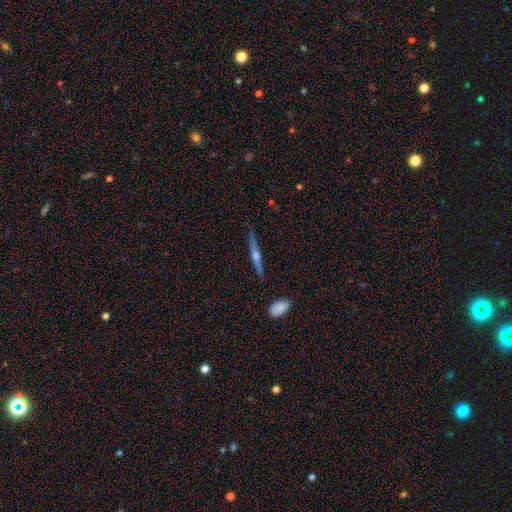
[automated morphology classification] type=featured or disk (75%); edge-on=yes (98%); edge-on bulge=rounded (92%); merging=none (88%).